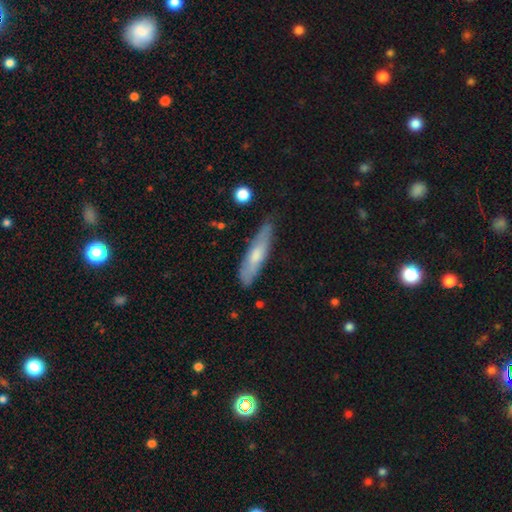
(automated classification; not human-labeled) smooth 57%, featured or disk 37%, star or artifact 6%. Down the decision tree: how rounded — cigar-shaped (78%); merging — none (75%).